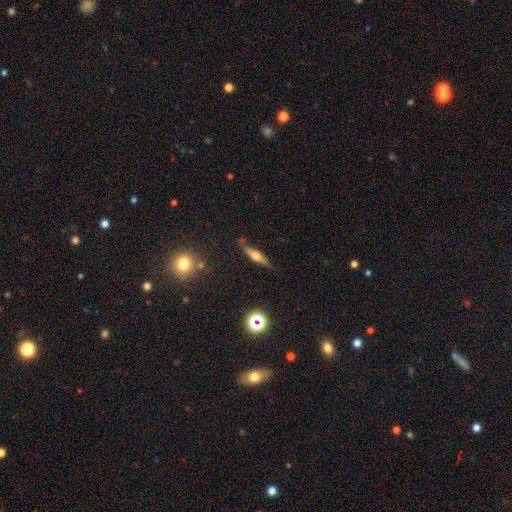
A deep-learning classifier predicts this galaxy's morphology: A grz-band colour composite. It shows a featured or disk galaxy (54%) viewed edge-on (92%). Merging: none (78%).